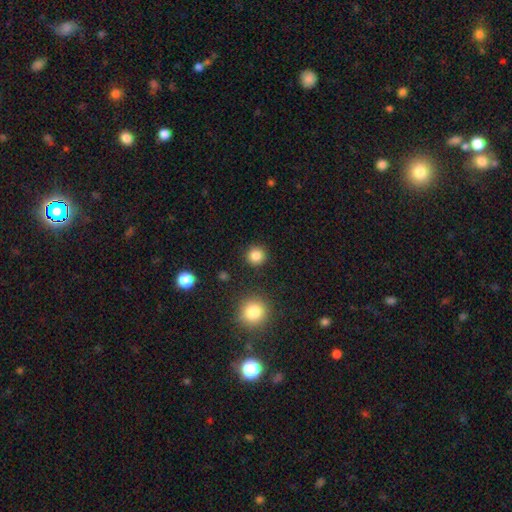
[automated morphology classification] Overall: smooth (85%). How rounded: round (94%). Merging: none (90%).